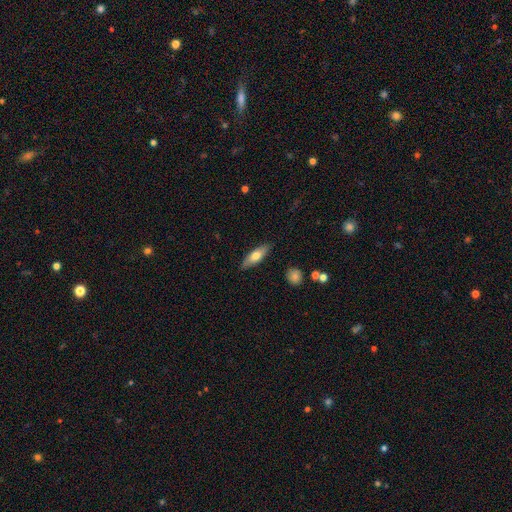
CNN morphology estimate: A smooth galaxy with no disk features (67%) that is in between round and cigar-shaped (57%).

Vote fractions:
- Smooth or featured? smooth: 67% / featured or disk: 27% / star or artifact: 6%
- How rounded? in between: 57% / cigar-shaped: 41% / round: 3%
- Merging? none: 86% / minor disturbance: 11% / major disturbance: 2% / merger: 1%